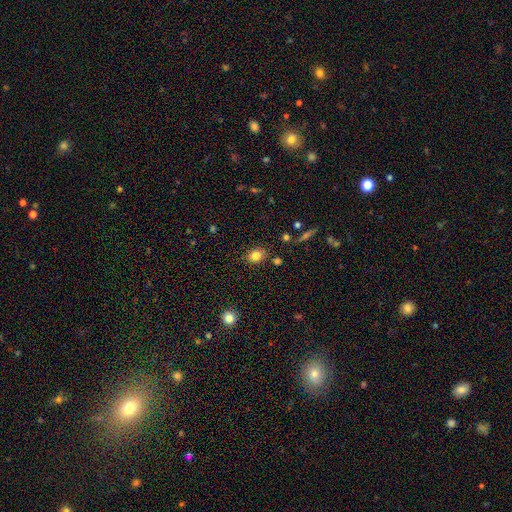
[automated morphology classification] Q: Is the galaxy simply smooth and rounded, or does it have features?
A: smooth — 82%.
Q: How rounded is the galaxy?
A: in between — 57%.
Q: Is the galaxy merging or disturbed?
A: none — 82%.